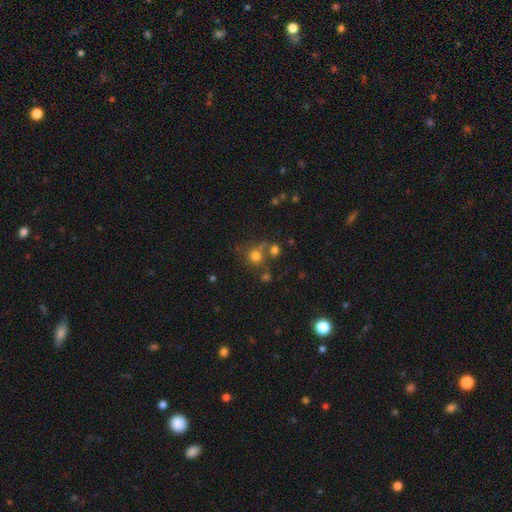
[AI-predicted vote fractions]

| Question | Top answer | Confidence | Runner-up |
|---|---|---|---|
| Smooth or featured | smooth | 72% | star or artifact (17%) |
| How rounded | round | 88% | in between (11%) |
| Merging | none | 56% | merger (26%) |